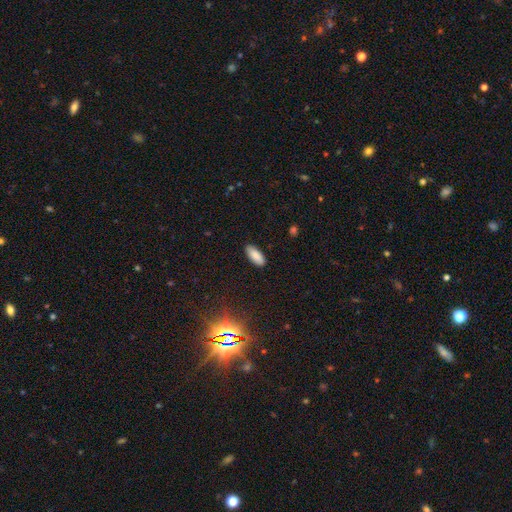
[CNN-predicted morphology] smooth_or_featured: smooth (p=0.87) [alt: star or artifact p=0.08]
how_rounded: in between (p=0.81) [alt: cigar-shaped p=0.18]
merging: none (p=0.88) [alt: minor disturbance p=0.09]